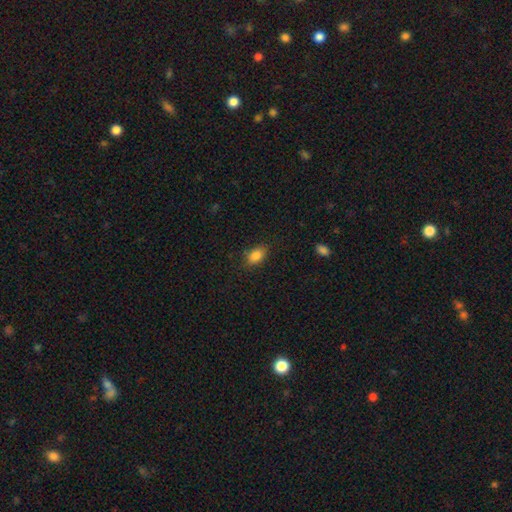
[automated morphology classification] Q: Smooth or featured?
A: smooth (86%); runner-up: star or artifact (9%)
Q: How rounded?
A: in between (86%); runner-up: round (11%)
Q: Merging?
A: none (83%); runner-up: minor disturbance (12%)